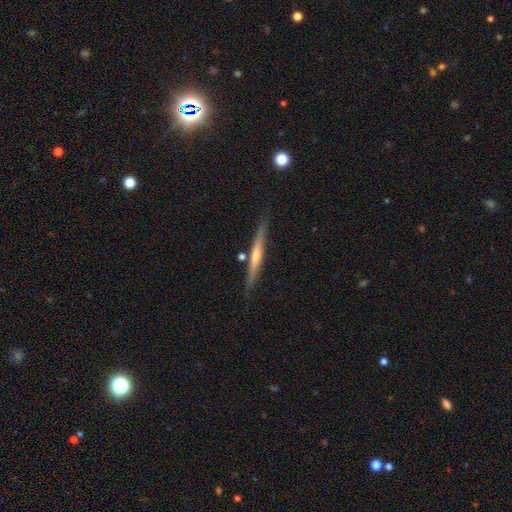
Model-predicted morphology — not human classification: type=featured or disk (68%); edge-on=yes (97%); edge-on bulge=rounded (62%); merging=none (86%).